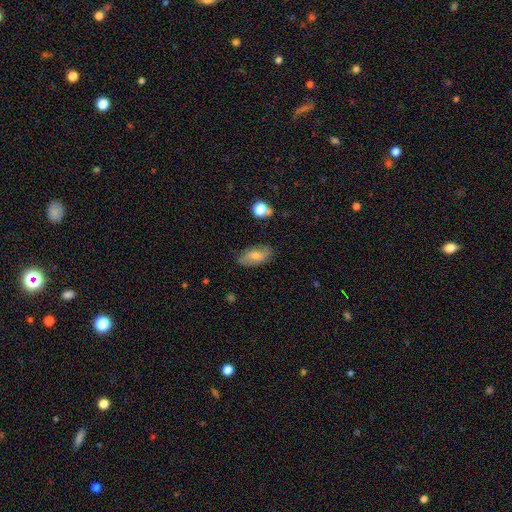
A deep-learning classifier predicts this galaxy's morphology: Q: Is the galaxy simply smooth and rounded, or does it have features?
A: smooth — 59%.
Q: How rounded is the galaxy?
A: in between — 87%.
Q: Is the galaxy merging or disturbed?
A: none — 81%.